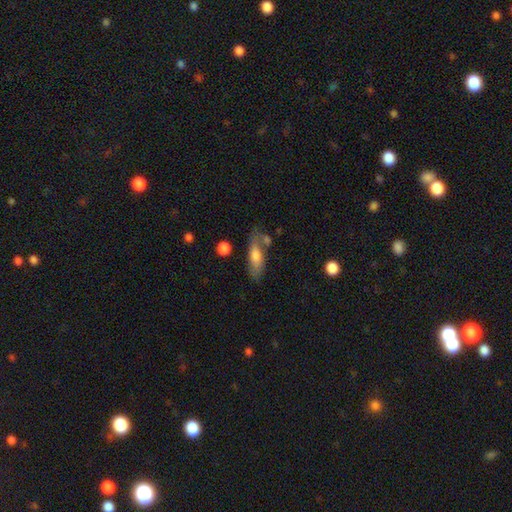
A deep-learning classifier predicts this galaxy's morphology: smooth_or_featured: smooth (p=0.67) [alt: featured or disk p=0.27]
how_rounded: in between (p=0.59) [alt: cigar-shaped p=0.38]
merging: none (p=0.59) [alt: minor disturbance p=0.20]